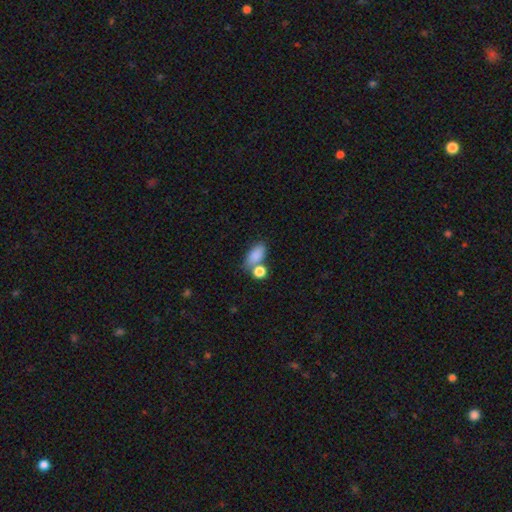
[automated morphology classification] Q: Smooth or featured?
A: smooth (84%); runner-up: star or artifact (9%)
Q: How rounded?
A: in between (86%); runner-up: round (10%)
Q: Merging?
A: none (50%); runner-up: merger (29%)